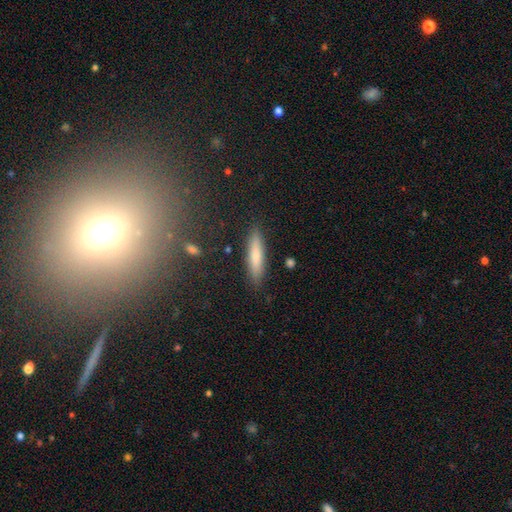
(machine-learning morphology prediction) Q: Smooth or featured?
A: smooth (77%); runner-up: featured or disk (17%)
Q: How rounded?
A: cigar-shaped (79%); runner-up: in between (20%)
Q: Merging?
A: none (88%); runner-up: minor disturbance (9%)